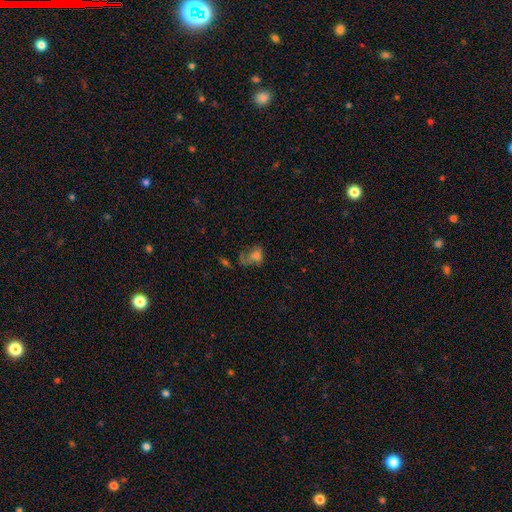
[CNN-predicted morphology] Smooth or featured?
  - smooth: 54% *
  - featured or disk: 27%
  - star or artifact: 19%
How rounded?
  - in between: 72% *
  - round: 26%
  - cigar-shaped: 2%
Merging?
  - major disturbance: 44% *
  - none: 24%
  - minor disturbance: 18%
  - merger: 14%